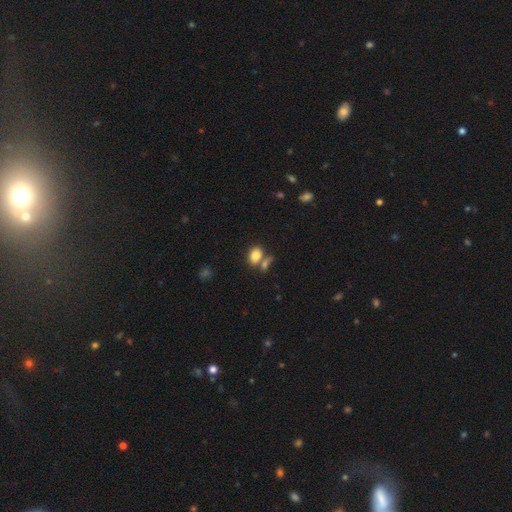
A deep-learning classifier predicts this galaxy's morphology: Smooth or featured? smooth (82%)
How rounded? in between (74%)
Merging? none (49%)